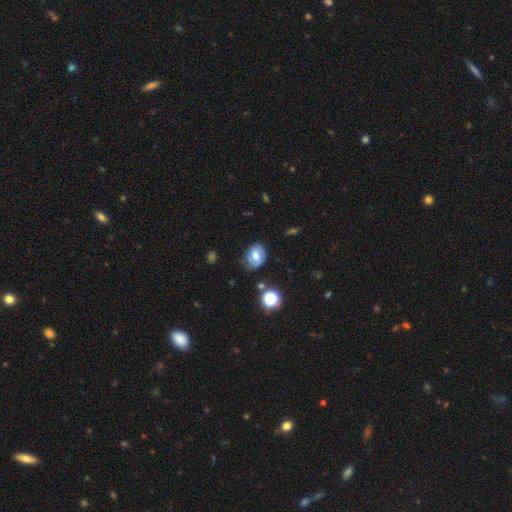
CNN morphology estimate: smooth-or-featured: smooth: 61% | featured or disk: 28% | star or artifact: 11%
  how-rounded: in between: 54% | round: 45% | cigar-shaped: 1%
  merging: none: 62% | minor disturbance: 27% | major disturbance: 7% | merger: 4%